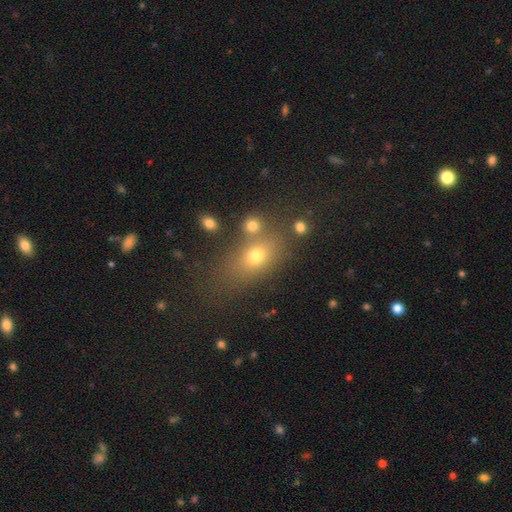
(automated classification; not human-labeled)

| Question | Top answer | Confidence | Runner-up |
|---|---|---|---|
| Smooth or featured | smooth | 68% | star or artifact (17%) |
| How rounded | in between | 69% | round (24%) |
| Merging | none | 60% | merger (17%) |